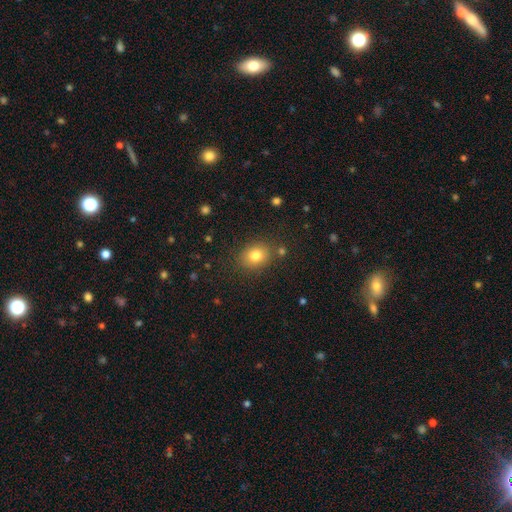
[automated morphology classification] smooth-or-featured: smooth: 80% | star or artifact: 12% | featured or disk: 9%
  how-rounded: round: 53% | in between: 46% | cigar-shaped: 1%
  merging: none: 82% | minor disturbance: 10% | merger: 4% | major disturbance: 3%